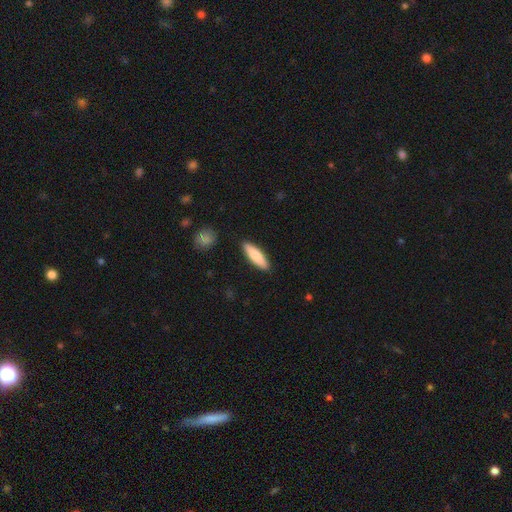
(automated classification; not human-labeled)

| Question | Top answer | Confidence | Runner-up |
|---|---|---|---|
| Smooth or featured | smooth | 78% | featured or disk (17%) |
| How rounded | cigar-shaped | 65% | in between (34%) |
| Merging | none | 89% | minor disturbance (8%) |